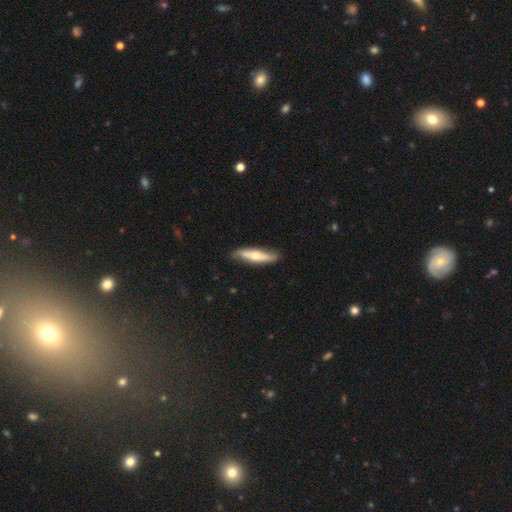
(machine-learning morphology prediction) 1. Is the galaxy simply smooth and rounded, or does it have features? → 49% smooth, 46% featured or disk, 5% star or artifact.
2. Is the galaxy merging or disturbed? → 82% none, 14% minor disturbance, 3% major disturbance, 1% merger.